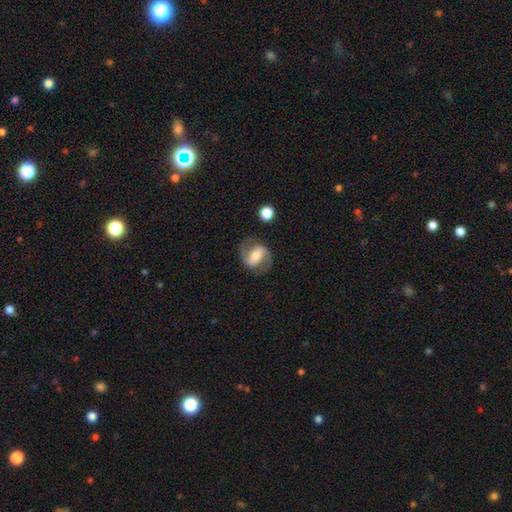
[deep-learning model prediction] Smooth or featured? Predicted: featured or disk (p=0.78). Edge-on disk? Predicted: no (p=0.97). Bar? Predicted: strong (p=0.51). Spiral arms? Predicted: yes (p=0.92). Spiral winding? Predicted: medium (p=0.55). Spiral arm count? Predicted: 2 (p=0.92). Bulge size? Predicted: moderate (p=0.56). Merging? Predicted: none (p=0.81).